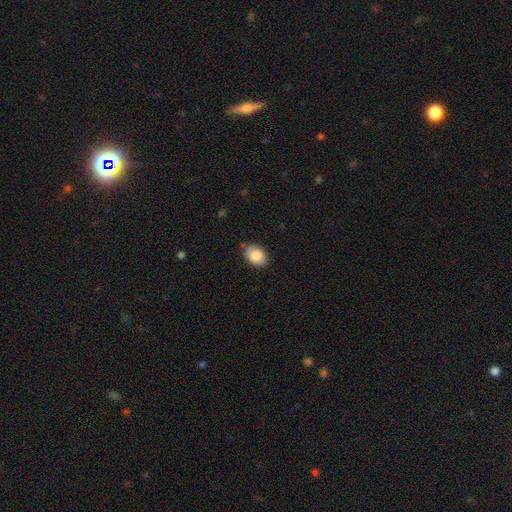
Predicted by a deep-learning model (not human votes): The model was most divided on "how rounded": in between: 80%, round: 19%, cigar-shaped: 1%. More confident: smooth or featured — smooth (85%); merging — none (81%).